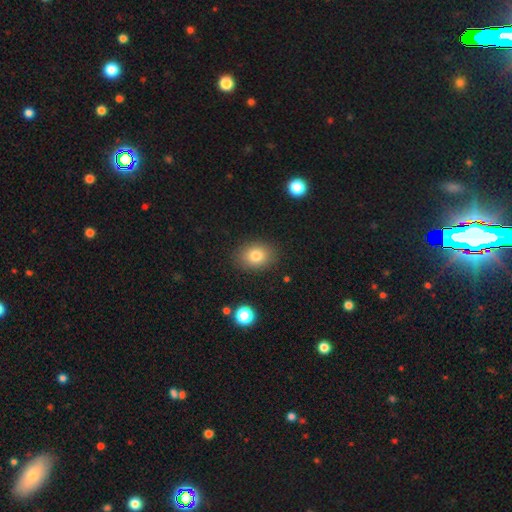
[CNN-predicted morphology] This is clearly a smooth galaxy (80%). How rounded: likely in between (61%). Merging: clearly none (87%).